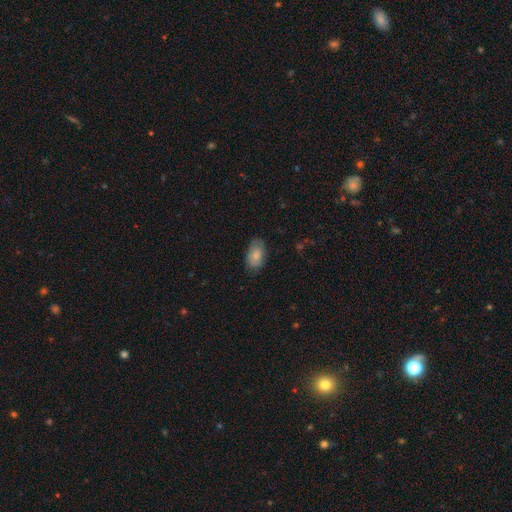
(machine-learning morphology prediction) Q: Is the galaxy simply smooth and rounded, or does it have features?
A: smooth — 78%.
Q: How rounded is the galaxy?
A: in between — 92%.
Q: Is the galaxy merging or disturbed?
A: none — 75%.